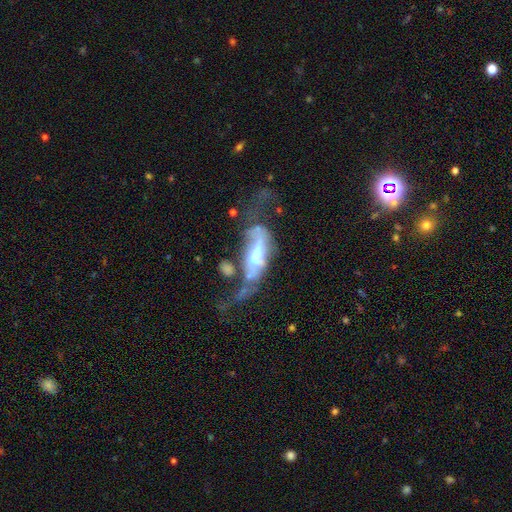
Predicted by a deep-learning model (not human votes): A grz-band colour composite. It shows a featured or disk galaxy (62%) with no bar (46%), no spiral arms (60%) and a moderate central bulge (42%). Merging: major disturbance (47%).